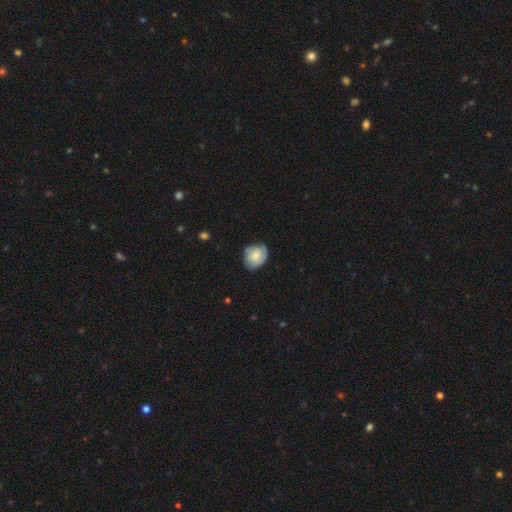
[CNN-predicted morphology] type=smooth (58%); roundness=round (58%); merging=none (71%).